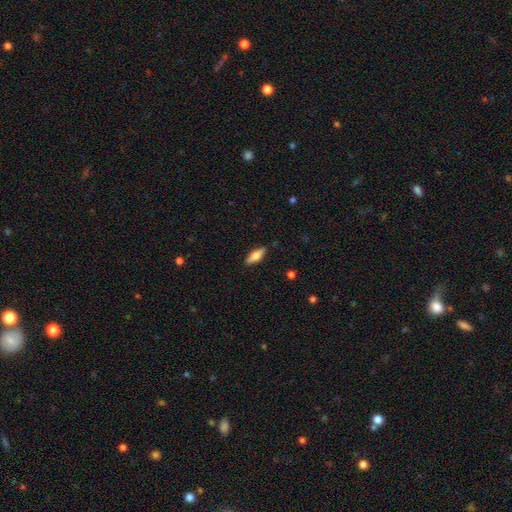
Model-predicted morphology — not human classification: smooth 65%, featured or disk 29%, star or artifact 6%. Down the decision tree: how rounded — in between (65%); merging — none (86%).